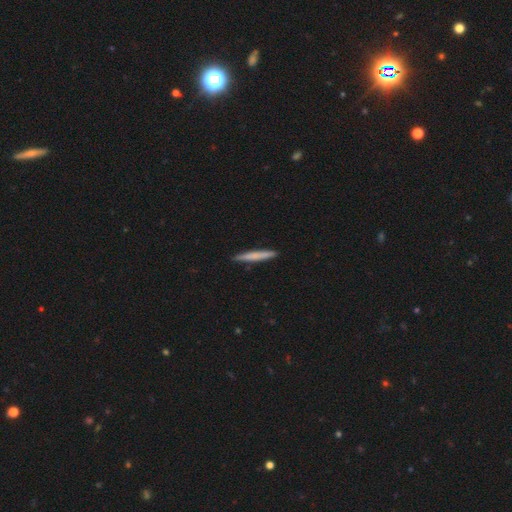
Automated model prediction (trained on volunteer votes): smooth 67%, featured or disk 28%, star or artifact 5%. Down the decision tree: how rounded — cigar-shaped (96%); merging — none (91%).